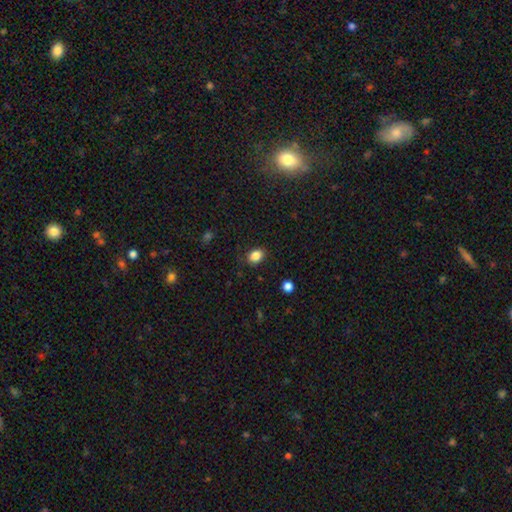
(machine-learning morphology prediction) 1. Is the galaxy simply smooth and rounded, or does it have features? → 86% smooth, 10% star or artifact, 5% featured or disk.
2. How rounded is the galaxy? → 63% in between, 36% round, 1% cigar-shaped.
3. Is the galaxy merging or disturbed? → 84% none, 12% minor disturbance, 3% major disturbance, 1% merger.